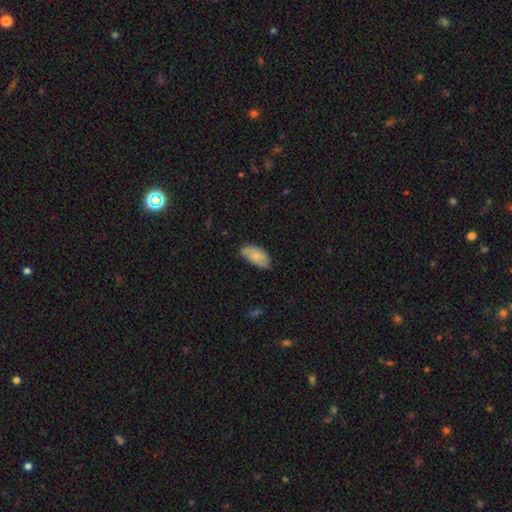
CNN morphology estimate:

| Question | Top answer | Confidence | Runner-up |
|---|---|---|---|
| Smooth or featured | smooth | 77% | featured or disk (17%) |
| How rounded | in between | 93% | cigar-shaped (4%) |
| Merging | none | 67% | minor disturbance (27%) |